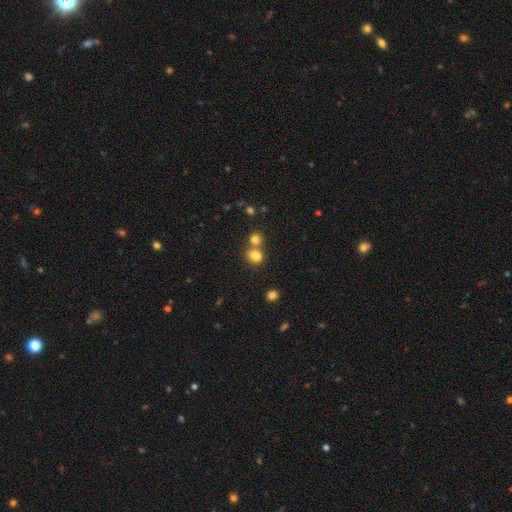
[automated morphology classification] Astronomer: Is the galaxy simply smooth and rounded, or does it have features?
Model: smooth — 80%.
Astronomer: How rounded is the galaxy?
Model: round — 76%.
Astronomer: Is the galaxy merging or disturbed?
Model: none — 52% (runner-up: merger, 38%).